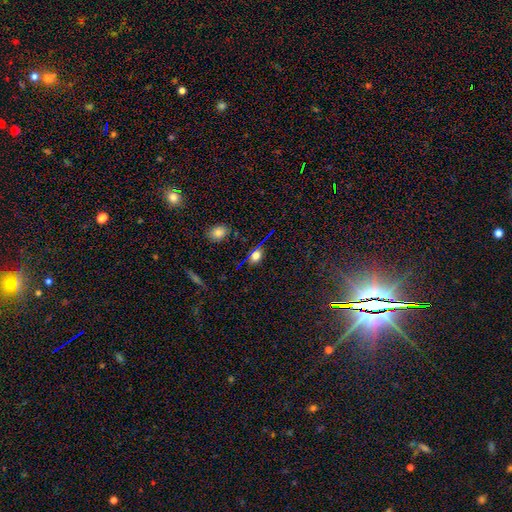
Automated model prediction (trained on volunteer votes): Smooth or featured?
  - smooth: 54% *
  - star or artifact: 32%
  - featured or disk: 13%
How rounded?
  - in between: 56% *
  - round: 37%
  - cigar-shaped: 7%
Merging?
  - none: 81% *
  - minor disturbance: 12%
  - major disturbance: 5%
  - merger: 3%